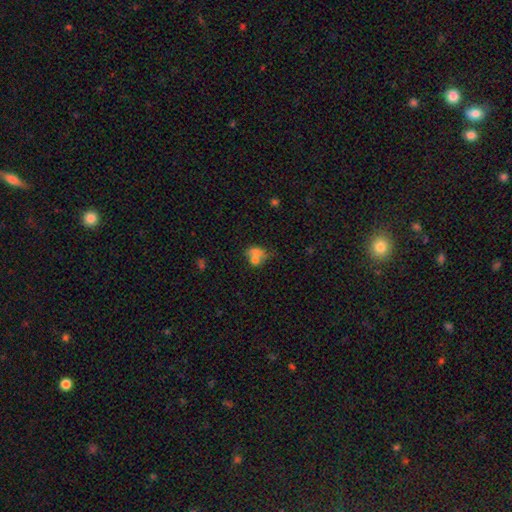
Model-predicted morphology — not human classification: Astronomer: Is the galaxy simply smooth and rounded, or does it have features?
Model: smooth — 69%.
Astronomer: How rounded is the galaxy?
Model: in between — 52% (runner-up: round, 47%).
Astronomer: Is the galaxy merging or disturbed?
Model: merger — 55%.